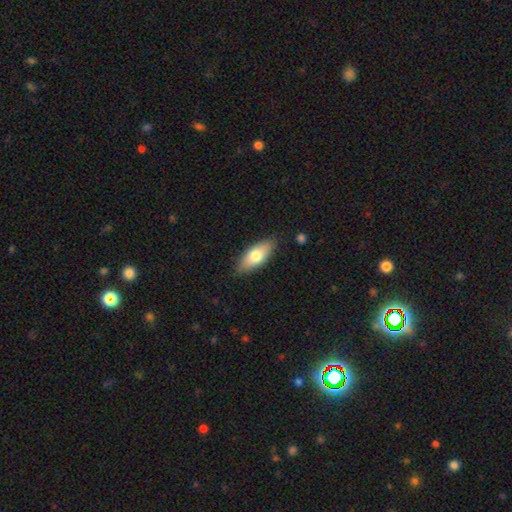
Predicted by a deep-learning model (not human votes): smooth-or-featured: smooth: 70% | featured or disk: 24% | star or artifact: 6%
  how-rounded: in between: 77% | cigar-shaped: 20% | round: 3%
  merging: none: 84% | minor disturbance: 12% | major disturbance: 2% | merger: 1%